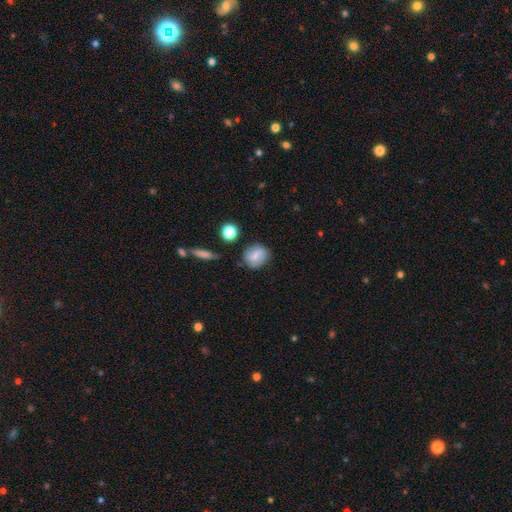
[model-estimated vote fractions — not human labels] Smooth or featured? smooth (61%)
How rounded? round (73%)
Merging? none (73%)